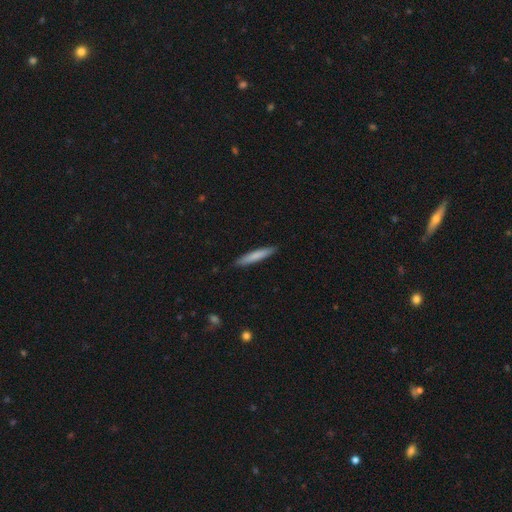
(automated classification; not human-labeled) Smooth or featured?
  - smooth: 77% *
  - featured or disk: 17%
  - star or artifact: 5%
How rounded?
  - cigar-shaped: 93% *
  - in between: 6%
  - round: 1%
Merging?
  - none: 90% *
  - minor disturbance: 8%
  - major disturbance: 1%
  - merger: 1%